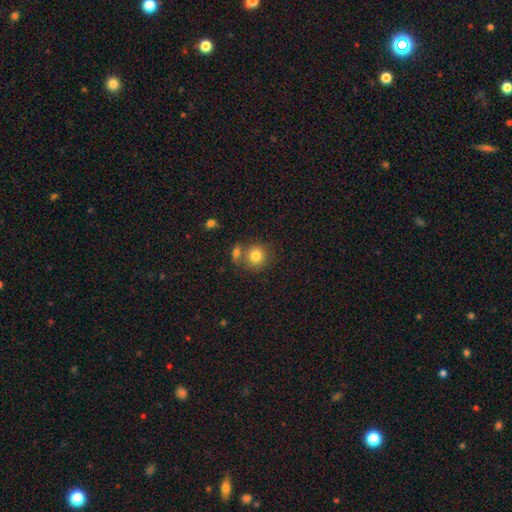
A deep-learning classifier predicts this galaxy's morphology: Overall: smooth (82%). How rounded: round (86%). Merging: none (58%; merger 29%).